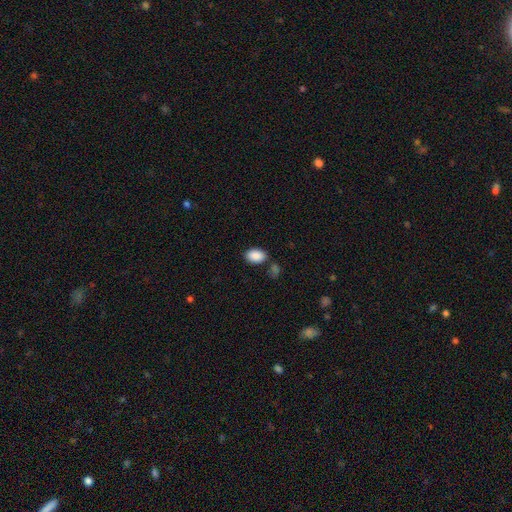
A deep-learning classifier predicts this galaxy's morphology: Smooth or featured?
  - smooth: 89% *
  - star or artifact: 7%
  - featured or disk: 4%
How rounded?
  - in between: 89% *
  - round: 10%
  - cigar-shaped: 1%
Merging?
  - none: 75% *
  - minor disturbance: 12%
  - merger: 9%
  - major disturbance: 4%